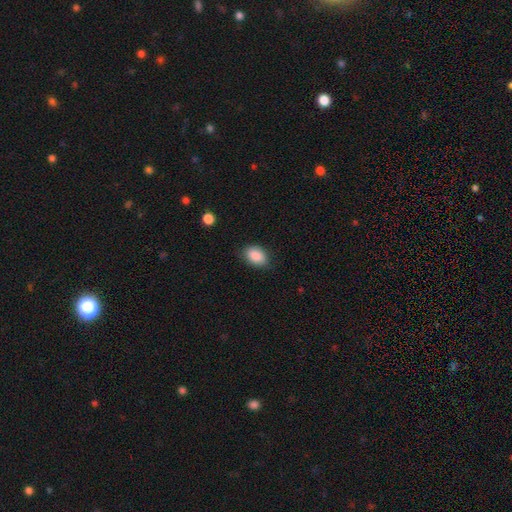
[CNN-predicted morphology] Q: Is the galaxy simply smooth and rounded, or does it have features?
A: smooth — 89%.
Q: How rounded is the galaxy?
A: in between — 85%.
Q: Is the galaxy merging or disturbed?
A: none — 82%.